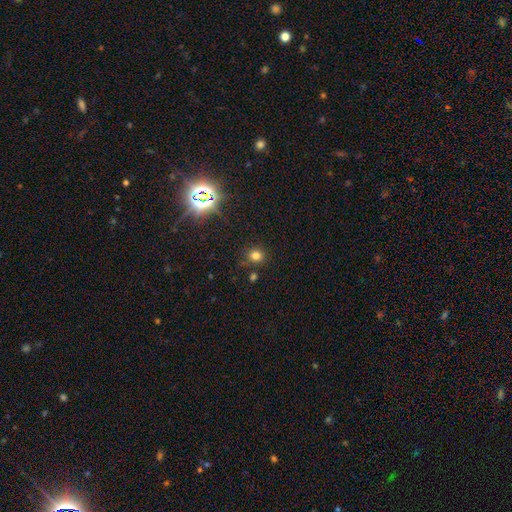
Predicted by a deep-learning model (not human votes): Q: Smooth or featured?
A: smooth (74%); runner-up: star or artifact (20%)
Q: How rounded?
A: round (79%); runner-up: in between (20%)
Q: Merging?
A: none (81%); runner-up: minor disturbance (11%)